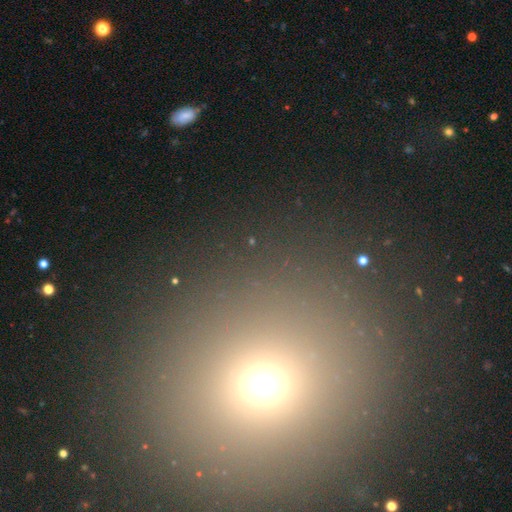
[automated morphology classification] Q: Smooth or featured?
A: smooth (59%); runner-up: star or artifact (32%)
Q: How rounded?
A: round (86%); runner-up: in between (12%)
Q: Merging?
A: none (88%); runner-up: minor disturbance (6%)